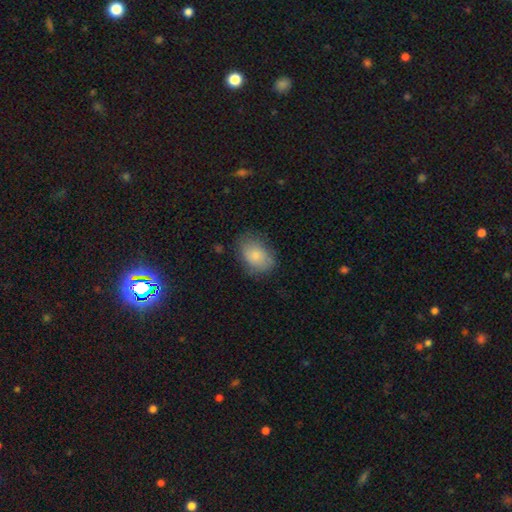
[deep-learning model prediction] The model was most divided on "merging": none: 67%, minor disturbance: 24%, major disturbance: 8%, merger: 1%. More confident: smooth or featured — smooth (77%); how rounded — in between (76%).